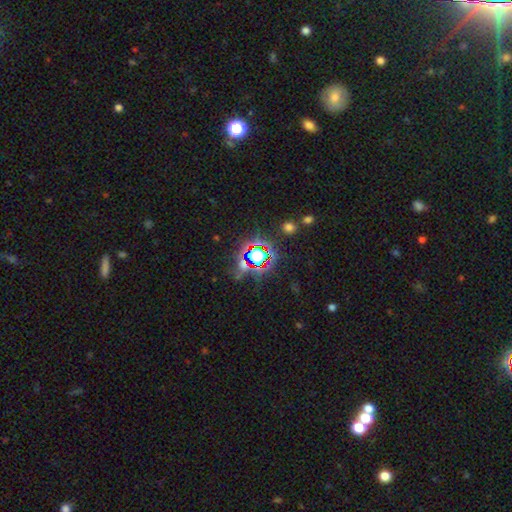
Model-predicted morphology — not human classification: The model was most divided on "smooth or featured": star or artifact: 72%, smooth: 17%, featured or disk: 11%.